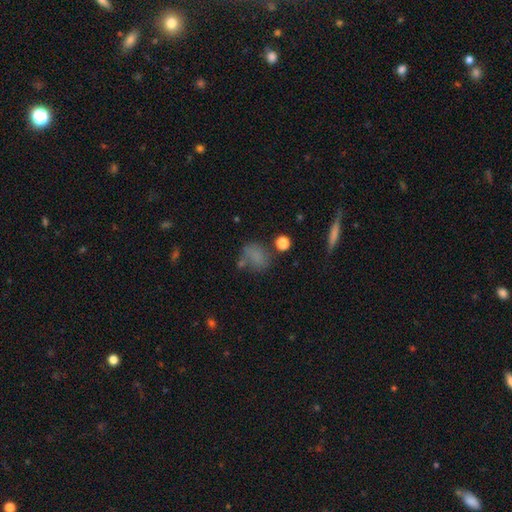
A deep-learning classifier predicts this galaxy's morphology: The model was most divided on "how rounded": in between: 55%, round: 42%, cigar-shaped: 3%. More confident: smooth or featured — smooth (71%); merging — none (54%).